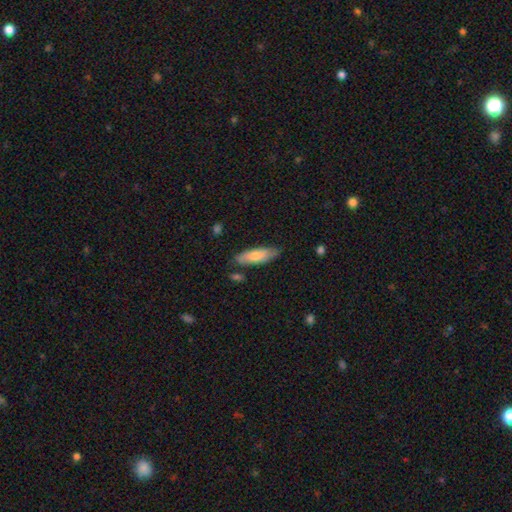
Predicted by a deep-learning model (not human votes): smooth 68%, featured or disk 26%, star or artifact 6%. Down the decision tree: how rounded — in between (50%); merging — none (80%).